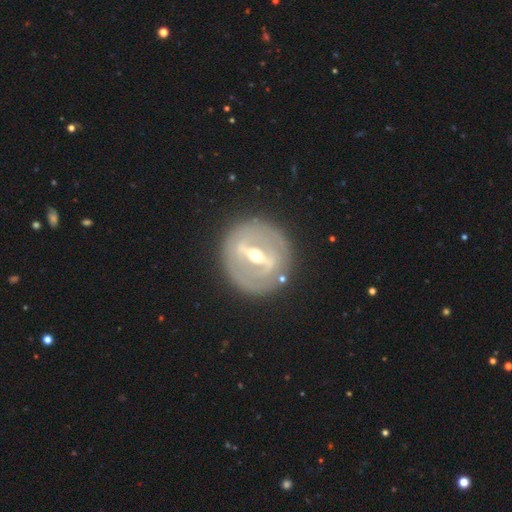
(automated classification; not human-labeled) smooth-or-featured: featured or disk: 82% | smooth: 13% | star or artifact: 5%
  disk-edge-on: no: 85% | yes: 15%
    bar: strong: 77% | weak: 17% | no: 6%
    has-spiral-arms: no: 58% | yes: 42%
    bulge-size: moderate: 65% | small: 28% | large: 5% | dominant: 1% | none: 1%
  merging: none: 83% | minor disturbance: 11% | major disturbance: 5% | merger: 2%